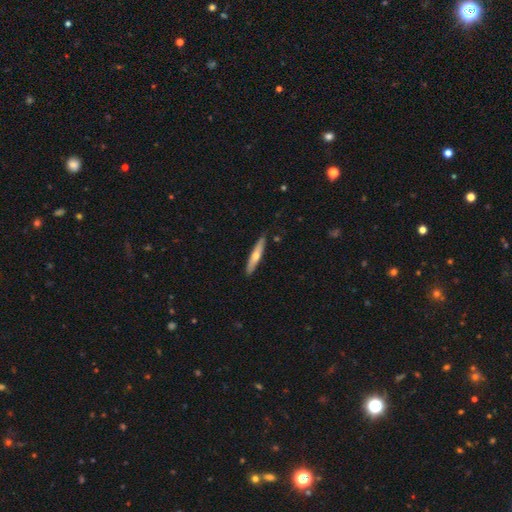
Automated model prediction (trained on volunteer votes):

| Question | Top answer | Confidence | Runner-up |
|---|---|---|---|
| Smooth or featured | smooth | 51% | featured or disk (44%) |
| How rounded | cigar-shaped | 88% | in between (10%) |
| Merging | none | 87% | minor disturbance (10%) |